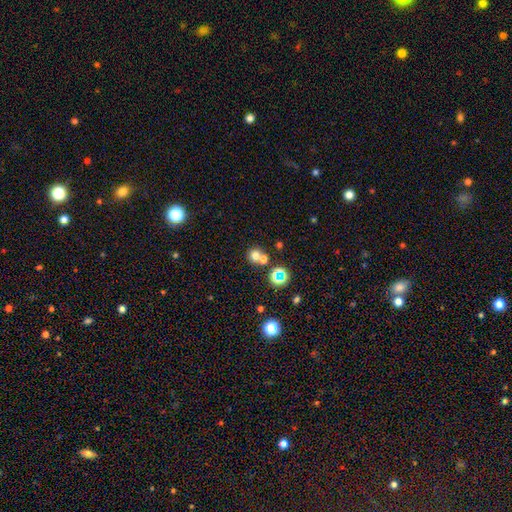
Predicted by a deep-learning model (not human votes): Smooth or featured? smooth (69%)
How rounded? round (87%)
Merging? none (58%)